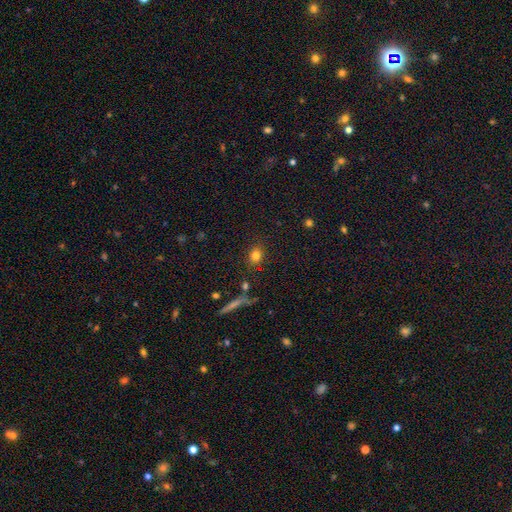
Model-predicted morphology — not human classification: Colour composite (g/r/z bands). It shows a smooth galaxy with no disk features (78%) that is round (59%). Merging: none (82%).